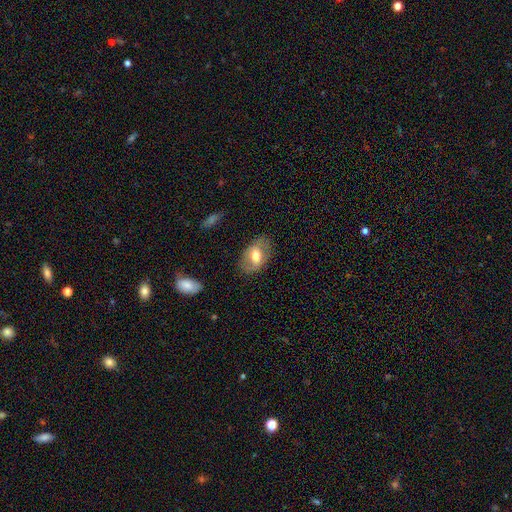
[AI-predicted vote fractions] Smooth or featured? smooth (53%)
How rounded? in between (86%)
Merging? none (78%)